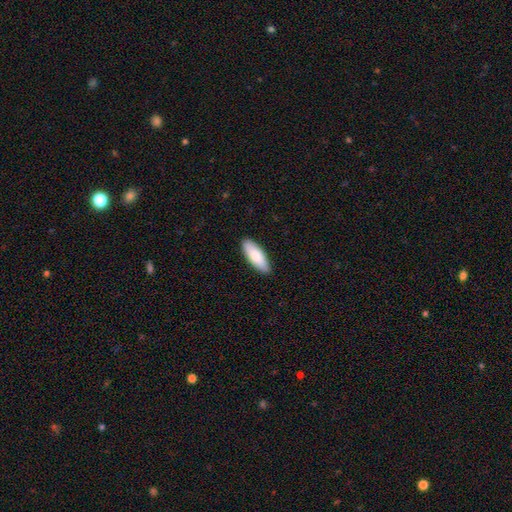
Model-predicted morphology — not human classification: This is clearly a smooth galaxy (81%). How rounded: likely in between (69%). Merging: clearly none (89%).